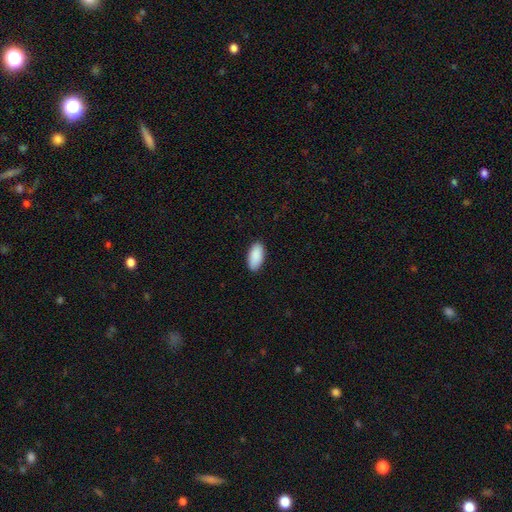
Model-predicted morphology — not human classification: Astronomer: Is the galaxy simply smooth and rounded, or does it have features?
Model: smooth — 91%.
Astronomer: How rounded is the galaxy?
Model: in between — 93%.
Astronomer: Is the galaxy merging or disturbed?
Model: none — 89%.